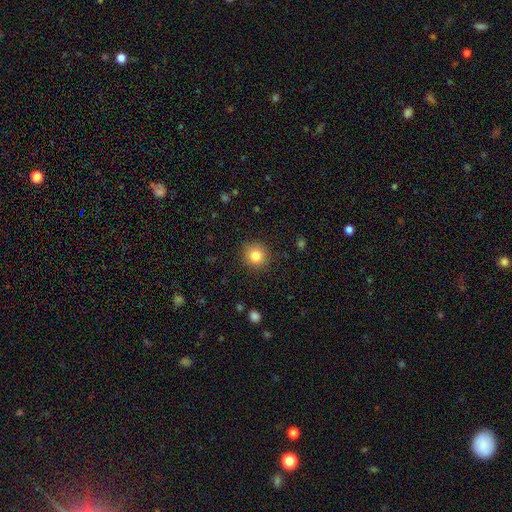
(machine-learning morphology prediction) Smooth or featured: smooth — 82% (star or artifact — 10%)
How rounded: round — 91% (in between — 8%)
Merging: none — 89% (minor disturbance — 7%)